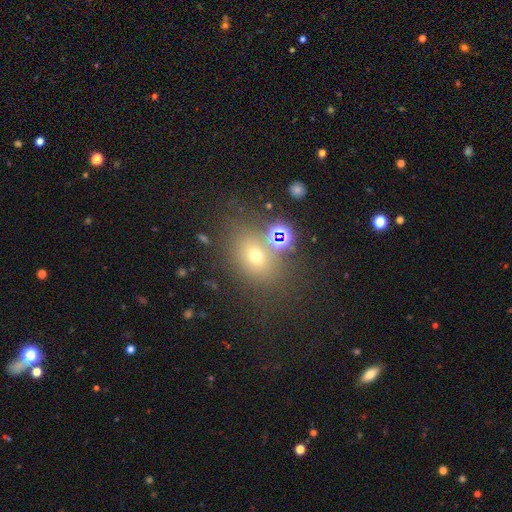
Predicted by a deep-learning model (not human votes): Smooth or featured?
  - smooth: 61% *
  - star or artifact: 24%
  - featured or disk: 15%
How rounded?
  - in between: 54% *
  - round: 45%
  - cigar-shaped: 2%
Merging?
  - none: 69% *
  - minor disturbance: 13%
  - merger: 12%
  - major disturbance: 7%